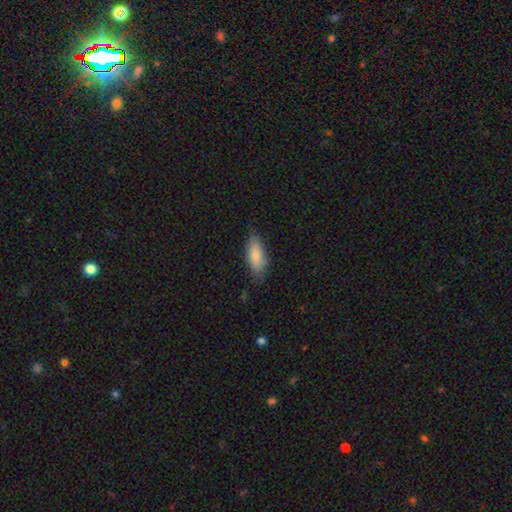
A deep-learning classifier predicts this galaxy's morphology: Overall: smooth (84%). How rounded: in between (76%). Merging: none (78%).